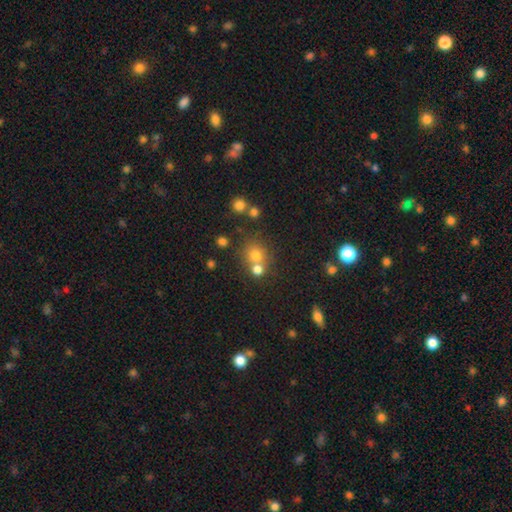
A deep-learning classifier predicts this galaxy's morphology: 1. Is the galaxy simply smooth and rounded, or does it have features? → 71% smooth, 18% star or artifact, 11% featured or disk.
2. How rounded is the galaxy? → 85% round, 14% in between, 1% cigar-shaped.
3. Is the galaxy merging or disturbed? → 56% none, 32% merger, 8% minor disturbance, 4% major disturbance.